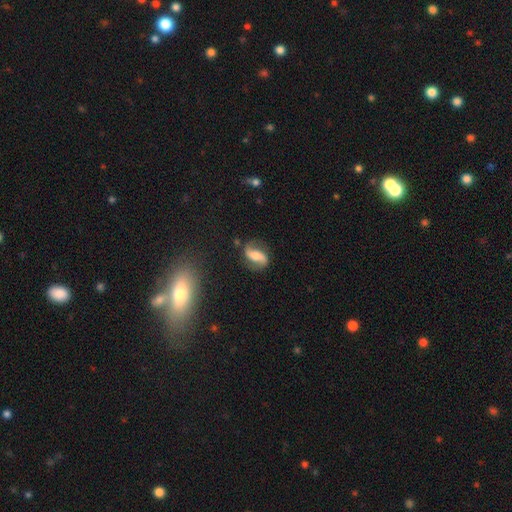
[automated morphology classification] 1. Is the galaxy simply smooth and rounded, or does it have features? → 76% featured or disk, 16% smooth, 7% star or artifact.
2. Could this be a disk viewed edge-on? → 96% no, 4% yes.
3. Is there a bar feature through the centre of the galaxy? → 34% weak, 33% no, 32% strong.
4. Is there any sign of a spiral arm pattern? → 94% yes, 6% no.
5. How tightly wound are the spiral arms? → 60% loose, 30% medium, 10% tight.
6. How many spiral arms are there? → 92% 2, 3% can't tell, 2% 1, 1% 3, 1% 4, 1% more than 4.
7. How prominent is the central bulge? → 40% moderate, 28% small, 15% large, 14% none, 3% dominant.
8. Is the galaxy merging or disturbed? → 75% none, 16% minor disturbance, 7% major disturbance, 2% merger.